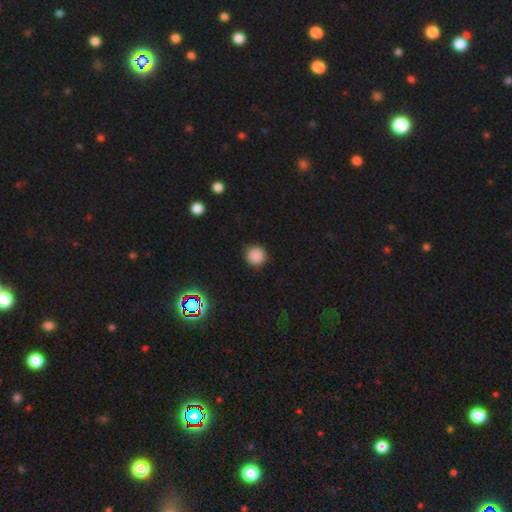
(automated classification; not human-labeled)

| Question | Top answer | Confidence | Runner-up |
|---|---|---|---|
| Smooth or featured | smooth | 85% | star or artifact (11%) |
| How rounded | round | 94% | in between (5%) |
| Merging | none | 90% | minor disturbance (7%) |